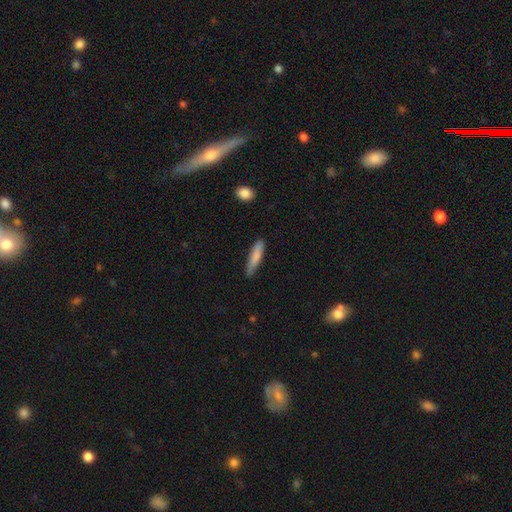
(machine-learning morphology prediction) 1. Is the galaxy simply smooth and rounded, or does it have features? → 80% smooth, 14% featured or disk, 6% star or artifact.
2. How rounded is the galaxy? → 83% cigar-shaped, 15% in between, 1% round.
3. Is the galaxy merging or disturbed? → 77% none, 19% minor disturbance, 3% major disturbance, 2% merger.